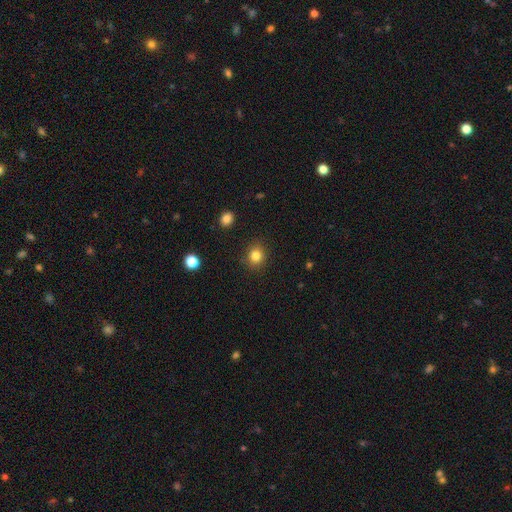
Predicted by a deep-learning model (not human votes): Smooth or featured: smooth — 83% (star or artifact — 12%)
How rounded: round — 78% (in between — 21%)
Merging: none — 88% (minor disturbance — 8%)